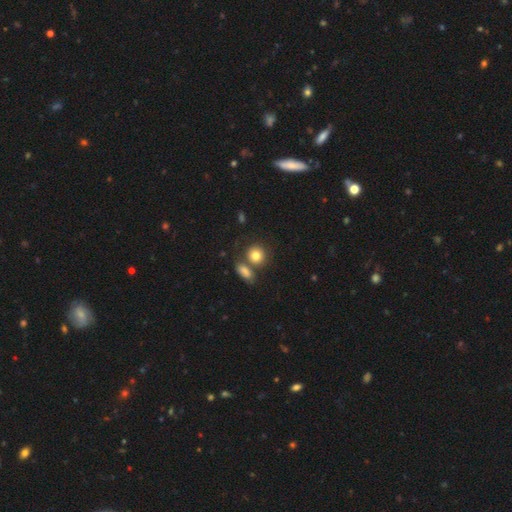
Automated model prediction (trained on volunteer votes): smooth 81%, featured or disk 10%, star or artifact 9%. Down the decision tree: how rounded — round (77%); merging — none (56%).